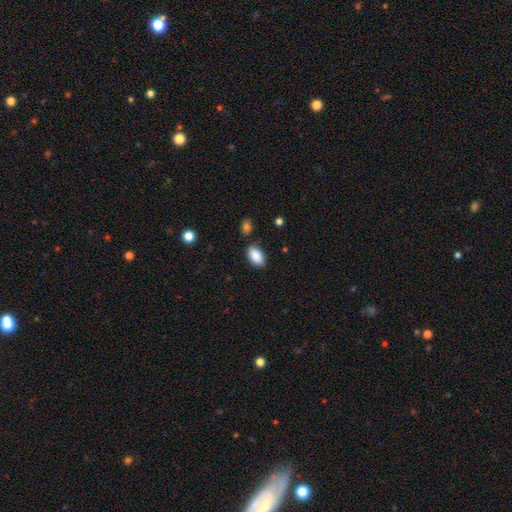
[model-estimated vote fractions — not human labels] Overall: smooth (89%). How rounded: in between (94%). Merging: none (83%).